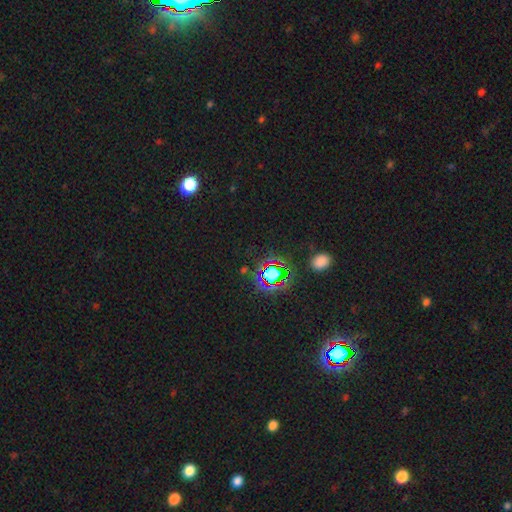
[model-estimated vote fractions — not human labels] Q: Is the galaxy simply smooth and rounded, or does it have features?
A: star or artifact — 80%.